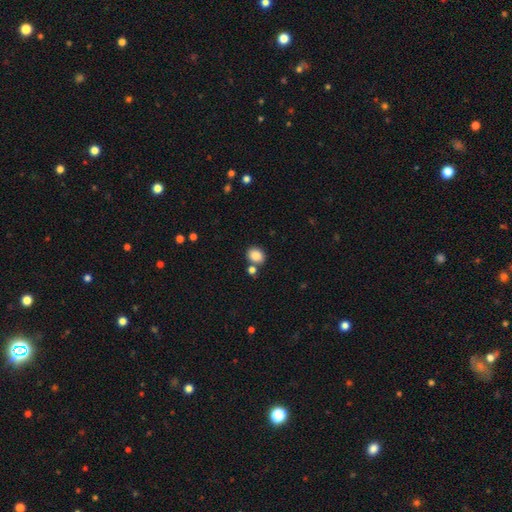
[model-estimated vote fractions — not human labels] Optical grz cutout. It shows a smooth galaxy with no disk features (86%) that is round (55%). Merging: none (72%).